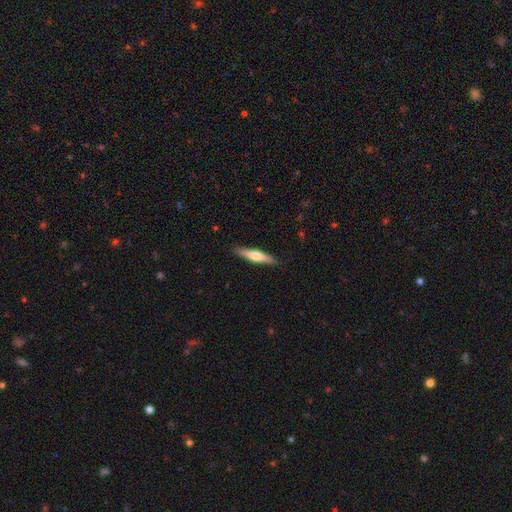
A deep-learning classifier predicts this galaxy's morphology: Smooth or featured? featured or disk (48%)
Merging? none (89%)